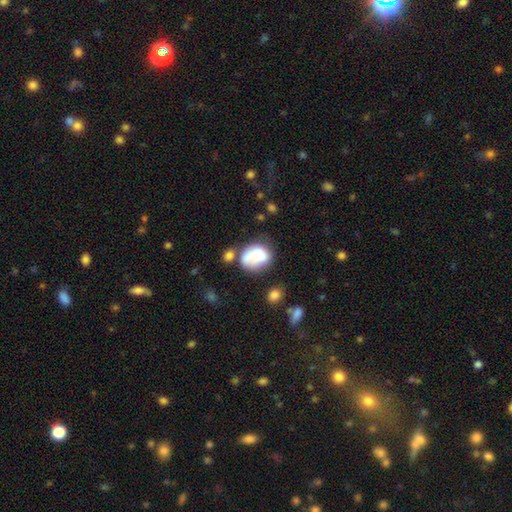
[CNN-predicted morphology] Smooth or featured? Predicted: smooth (p=0.65). How rounded? Predicted: in between (p=0.62). Merging? Predicted: none (p=0.31).